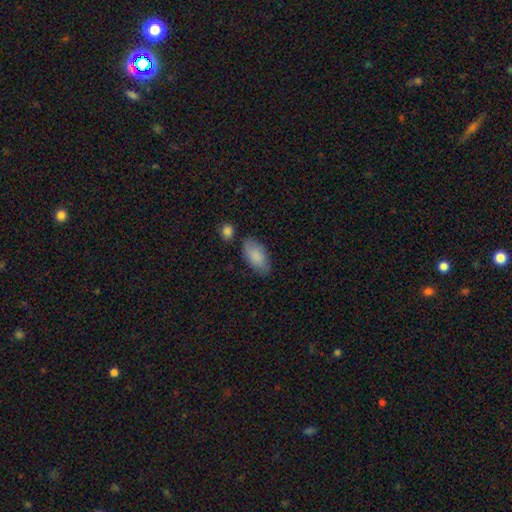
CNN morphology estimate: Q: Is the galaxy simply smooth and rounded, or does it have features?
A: smooth — 86%.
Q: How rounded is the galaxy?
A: in between — 93%.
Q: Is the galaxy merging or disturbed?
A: none — 73%.